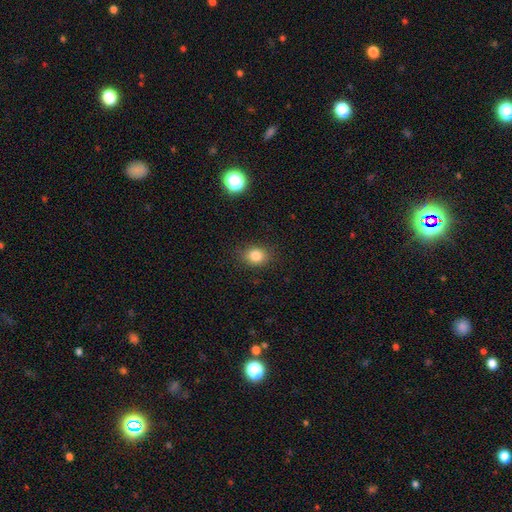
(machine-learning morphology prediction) Smooth or featured?
  - smooth: 83% *
  - star or artifact: 12%
  - featured or disk: 6%
How rounded?
  - round: 52% *
  - in between: 47%
  - cigar-shaped: 1%
Merging?
  - none: 86% *
  - minor disturbance: 10%
  - major disturbance: 3%
  - merger: 1%